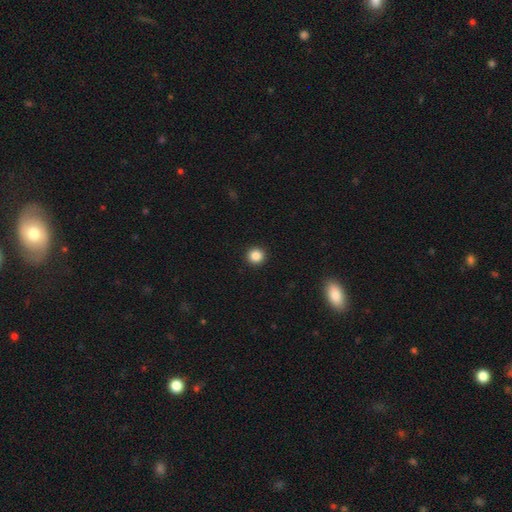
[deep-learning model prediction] Smooth or featured: smooth — 86% (star or artifact — 10%)
How rounded: round — 95% (in between — 4%)
Merging: none — 93% (minor disturbance — 4%)